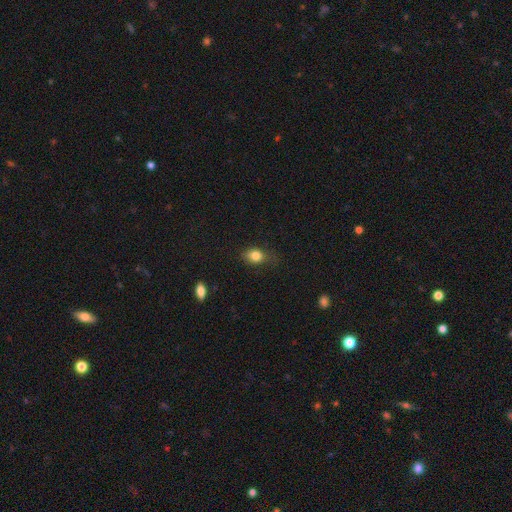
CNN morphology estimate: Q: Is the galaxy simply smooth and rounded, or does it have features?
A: smooth — 82%.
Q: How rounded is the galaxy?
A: in between — 63%.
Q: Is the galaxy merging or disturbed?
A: none — 66%.